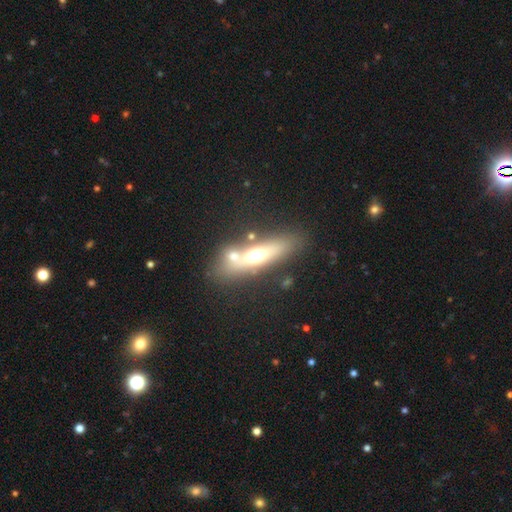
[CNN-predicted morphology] This appears to be a smooth galaxy with no disk features (47%). Merging: none (55%).